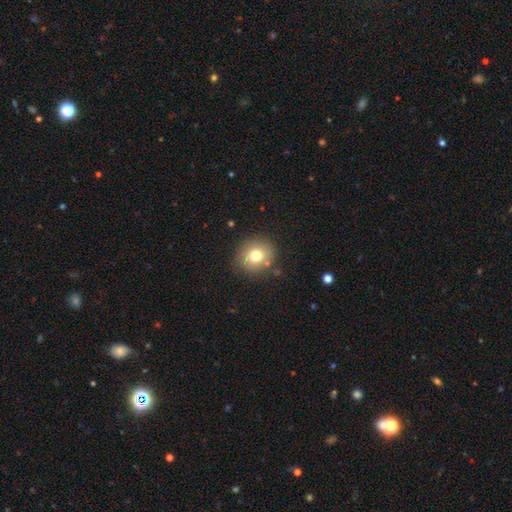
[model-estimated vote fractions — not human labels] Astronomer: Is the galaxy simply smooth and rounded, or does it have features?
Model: smooth — 76%.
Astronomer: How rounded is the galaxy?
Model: round — 83%.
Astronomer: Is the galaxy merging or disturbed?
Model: none — 86%.